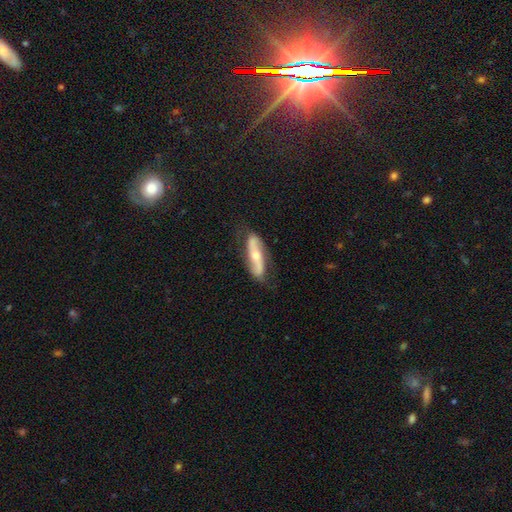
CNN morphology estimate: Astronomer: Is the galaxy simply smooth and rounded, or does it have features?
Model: featured or disk — 69%.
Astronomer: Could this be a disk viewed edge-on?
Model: no — 77%.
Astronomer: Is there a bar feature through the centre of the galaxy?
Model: no — 47% (runner-up: strong, 27%).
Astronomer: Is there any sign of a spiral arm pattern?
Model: yes — 88%.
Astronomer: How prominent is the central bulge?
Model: moderate — 58% (runner-up: small, 35%).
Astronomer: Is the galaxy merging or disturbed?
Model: none — 74%.